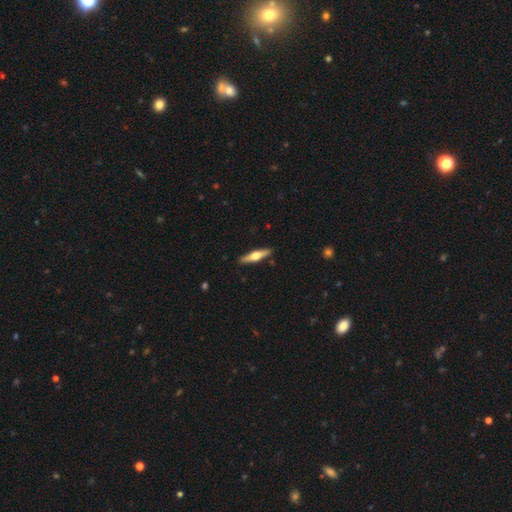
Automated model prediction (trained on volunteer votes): Smooth or featured? featured or disk (60%)
Edge-on disk? yes (96%)
Edge-on bulge? rounded (94%)
Merging? none (91%)